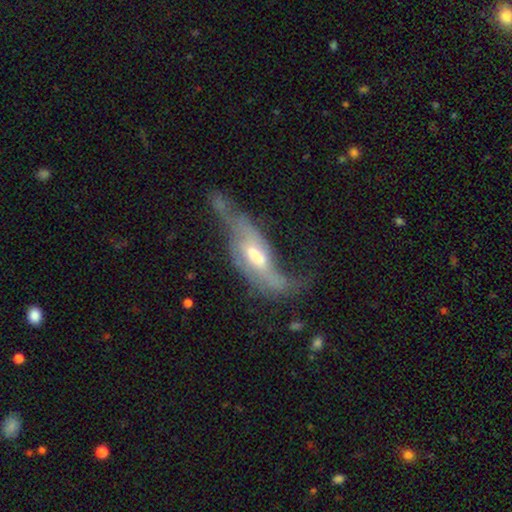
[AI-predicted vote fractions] smooth_or_featured: featured or disk (p=0.71) [alt: smooth p=0.22]
disk_edge_on: no (p=0.75) [alt: yes p=0.25]
bar: weak (p=0.46) [alt: no p=0.33]
has_spiral_arms: yes (p=0.75) [alt: no p=0.25]
bulge_size: moderate (p=0.56) [alt: small p=0.21]
merging: major disturbance (p=0.39) [alt: none p=0.29]